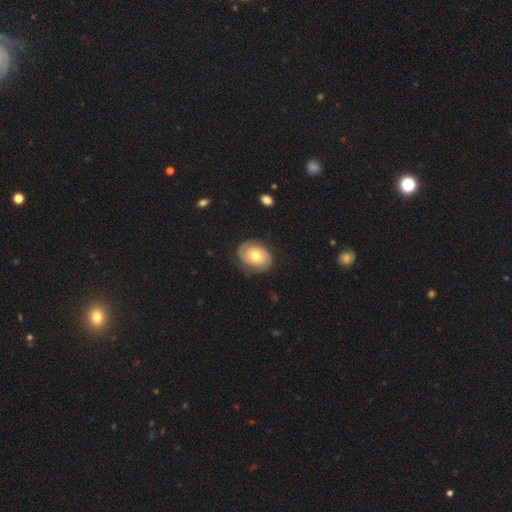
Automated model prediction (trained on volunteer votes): Smooth or featured: featured or disk — 72% (smooth — 22%)
Edge-on disk: no — 97% (yes — 3%)
Bar: no — 79% (weak — 18%)
Spiral arms: yes — 89% (no — 11%)
Spiral winding: tight — 65% (medium — 26%)
Spiral arm count: 2 — 74% (can't tell — 12%)
Bulge size: moderate — 73% (small — 17%)
Merging: none — 78% (minor disturbance — 15%)